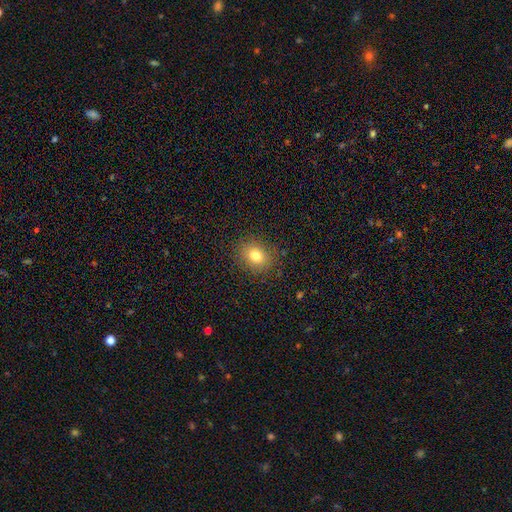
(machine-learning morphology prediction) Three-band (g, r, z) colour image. It shows a smooth galaxy with no disk features (80%) that is round (56%). Merging: none (86%).